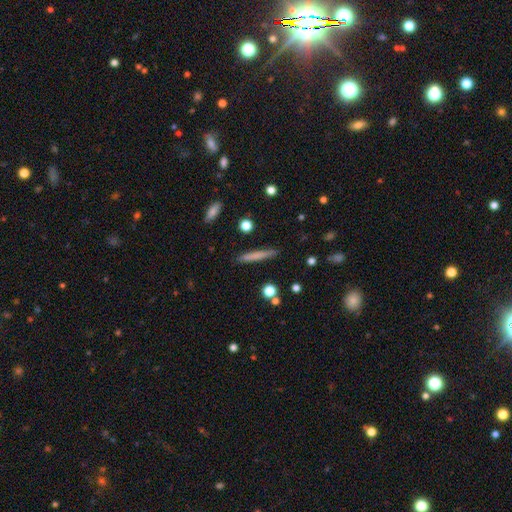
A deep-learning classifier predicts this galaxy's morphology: Overall: smooth (70%). How rounded: cigar-shaped (95%). Merging: none (89%).